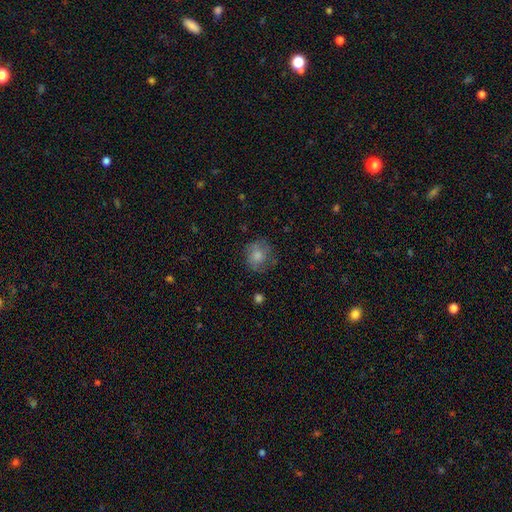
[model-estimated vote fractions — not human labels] This appears to be a smooth galaxy with no disk features (58%) that is round (78%). Merging: none (76%).